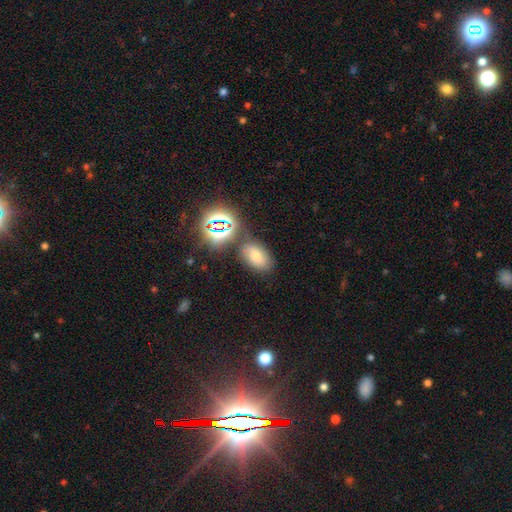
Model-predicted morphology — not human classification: Smooth or featured? smooth (56%)
How rounded? in between (83%)
Merging? none (74%)